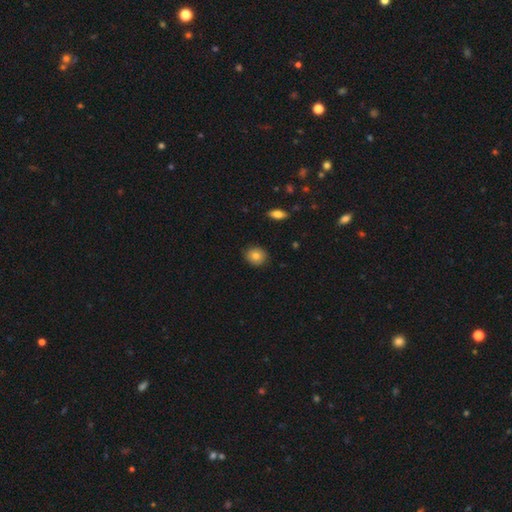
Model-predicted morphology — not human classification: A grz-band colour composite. It shows a smooth galaxy with no disk features (81%) that is round (78%). Merging: none (87%).